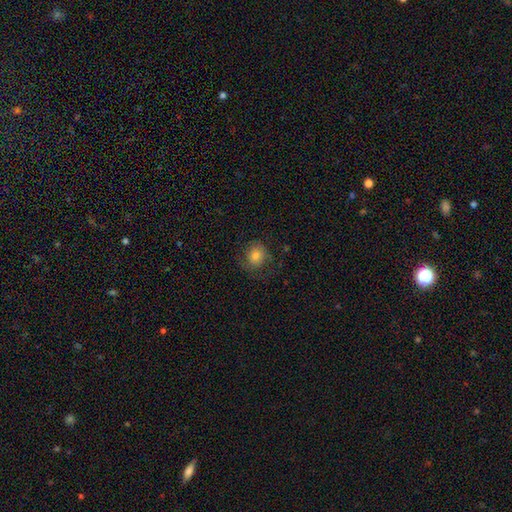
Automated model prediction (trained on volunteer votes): Smooth or featured: smooth — 71% (featured or disk — 19%)
How rounded: round — 76% (in between — 23%)
Merging: none — 67% (minor disturbance — 20%)